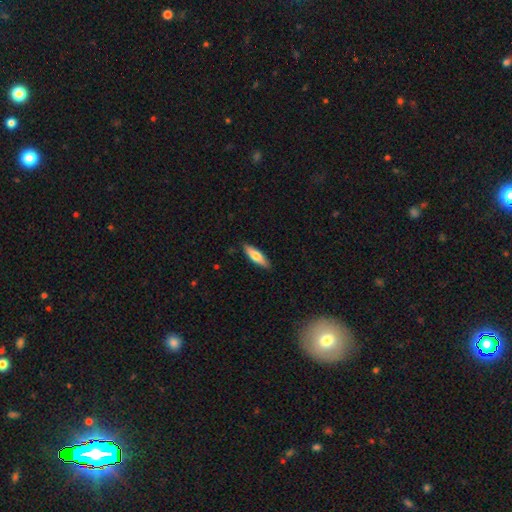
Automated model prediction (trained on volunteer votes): Overall: smooth (69%). How rounded: cigar-shaped (60%; in between 39%). Merging: none (88%).